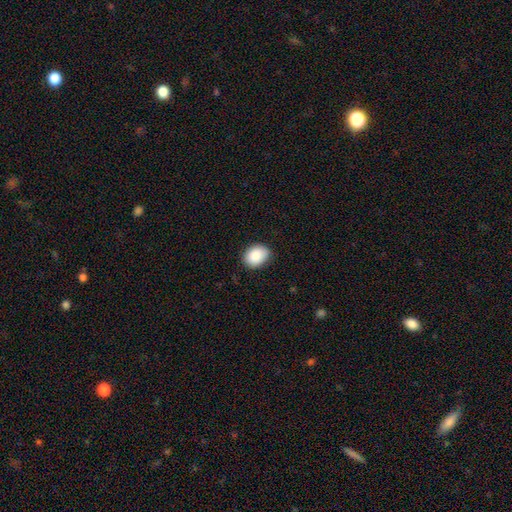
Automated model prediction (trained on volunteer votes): Smooth or featured? Predicted: smooth (p=0.89). How rounded? Predicted: in between (p=0.60). Merging? Predicted: none (p=0.82).